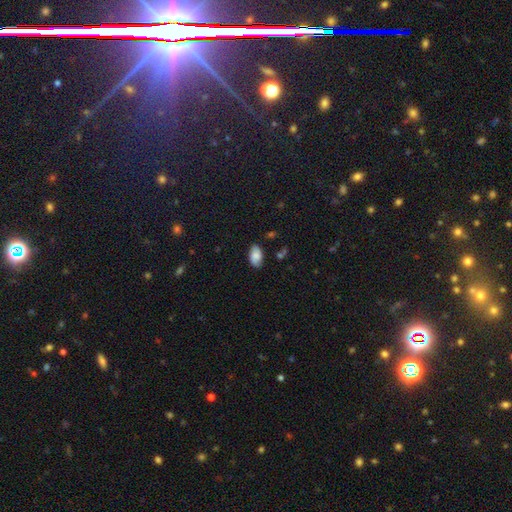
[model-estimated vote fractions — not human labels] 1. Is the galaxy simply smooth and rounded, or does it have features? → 70% smooth, 22% featured or disk, 8% star or artifact.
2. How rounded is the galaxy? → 94% in between, 4% round, 2% cigar-shaped.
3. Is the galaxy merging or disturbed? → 78% none, 16% minor disturbance, 3% major disturbance, 2% merger.